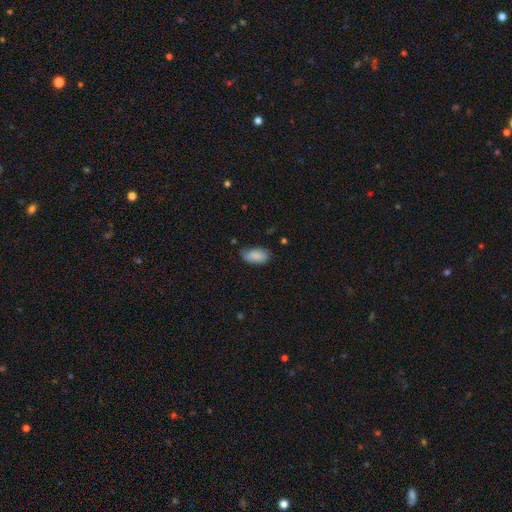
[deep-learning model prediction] Smooth or featured? Predicted: smooth (p=0.86). How rounded? Predicted: in between (p=0.93). Merging? Predicted: none (p=0.59).